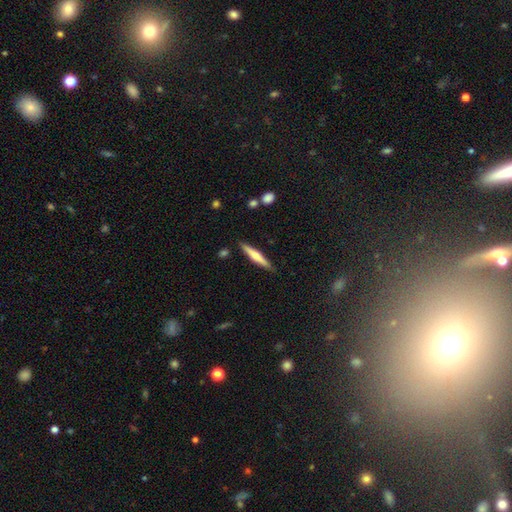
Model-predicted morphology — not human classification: The model was most divided on "smooth or featured": featured or disk: 49%, smooth: 46%, star or artifact: 6%. More confident: merging — none (88%).